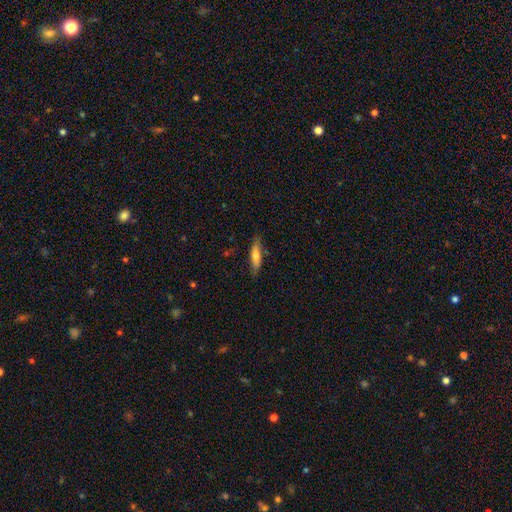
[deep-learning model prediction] The model was most divided on "smooth or featured": smooth: 58%, featured or disk: 35%, star or artifact: 7%. More confident: how rounded — cigar-shaped (77%); merging — none (77%).